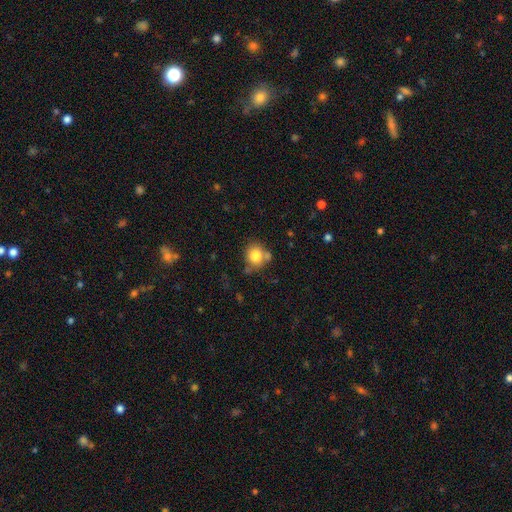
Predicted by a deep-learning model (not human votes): Smooth or featured? Predicted: smooth (p=0.80). How rounded? Predicted: round (p=0.79). Merging? Predicted: none (p=0.61).